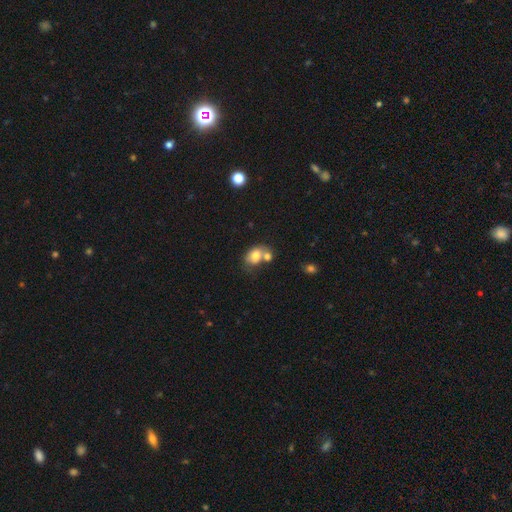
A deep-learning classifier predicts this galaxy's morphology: smooth_or_featured: smooth (p=0.75) [alt: featured or disk p=0.16]
how_rounded: in between (p=0.67) [alt: round p=0.32]
merging: merger (p=0.50) [alt: none p=0.33]